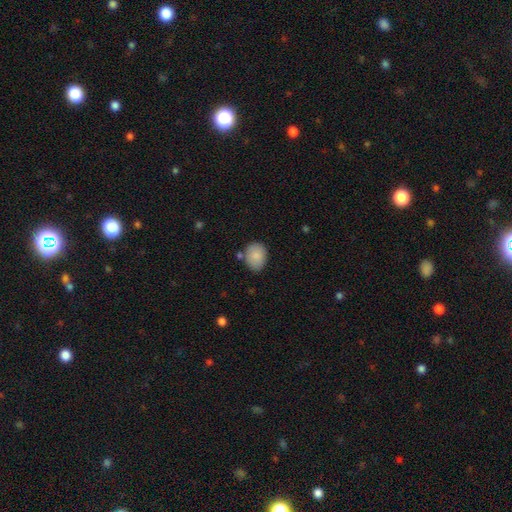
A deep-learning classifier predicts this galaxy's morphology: Smooth or featured? Predicted: smooth (p=0.85). How rounded? Predicted: in between (p=0.60). Merging? Predicted: none (p=0.73).